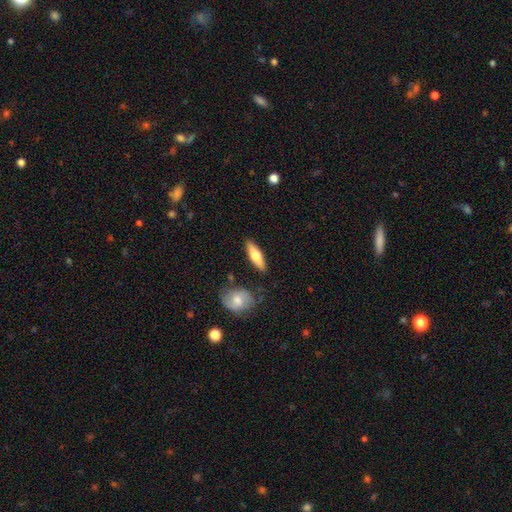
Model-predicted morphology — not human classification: A smooth galaxy with no disk features (59%) that is cigar-shaped (54%).

Vote fractions:
- Smooth or featured? smooth: 59% / featured or disk: 36% / star or artifact: 5%
- How rounded? cigar-shaped: 54% / in between: 43% / round: 3%
- Merging? none: 84% / minor disturbance: 10% / merger: 3% / major disturbance: 2%